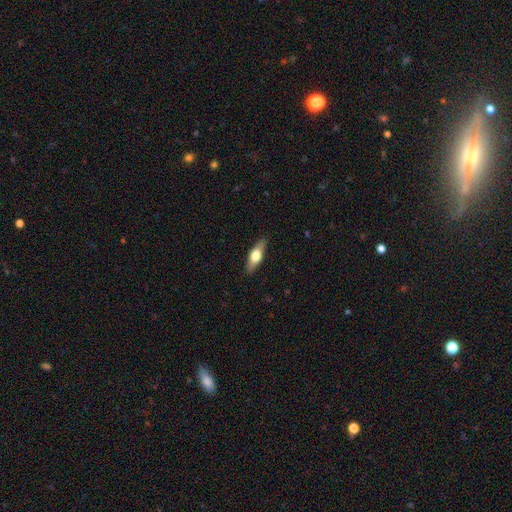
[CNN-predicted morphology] type=smooth (52%); roundness=in between (55%); merging=none (88%).